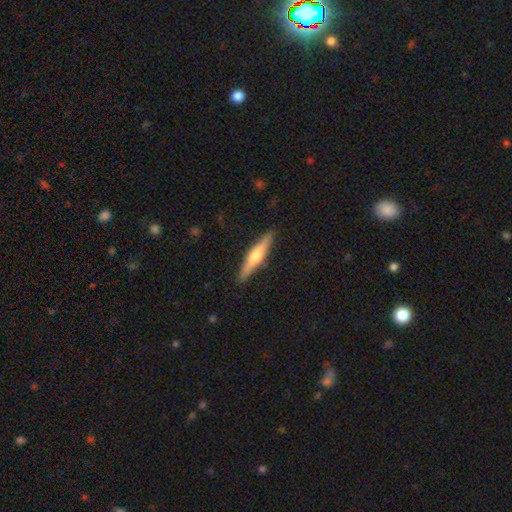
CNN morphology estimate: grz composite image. It shows a featured or disk galaxy (53%) viewed edge-on (96%) with a rounded central bulge (84%). Merging: none (90%).